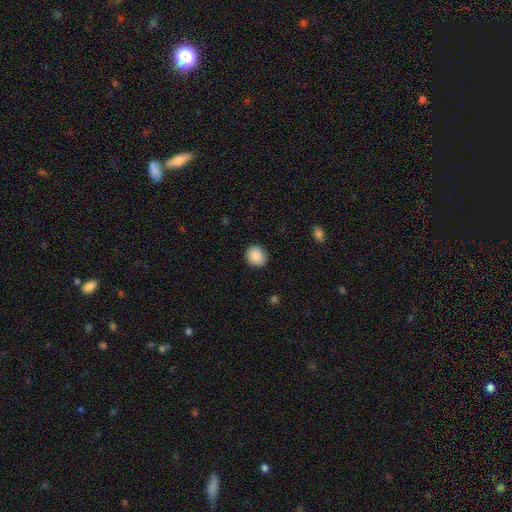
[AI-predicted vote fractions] A smooth galaxy with no disk features (89%) that is round (79%).

Vote fractions:
- Smooth or featured? smooth: 89% / star or artifact: 8% / featured or disk: 4%
- How rounded? round: 79% / in between: 20% / cigar-shaped: 1%
- Merging? none: 88% / minor disturbance: 9% / major disturbance: 2% / merger: 1%